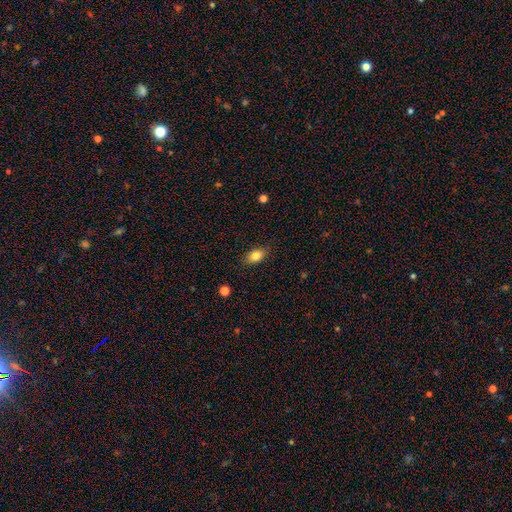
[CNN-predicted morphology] Smooth or featured? Predicted: smooth (p=0.83). How rounded? Predicted: in between (p=0.85). Merging? Predicted: none (p=0.85).